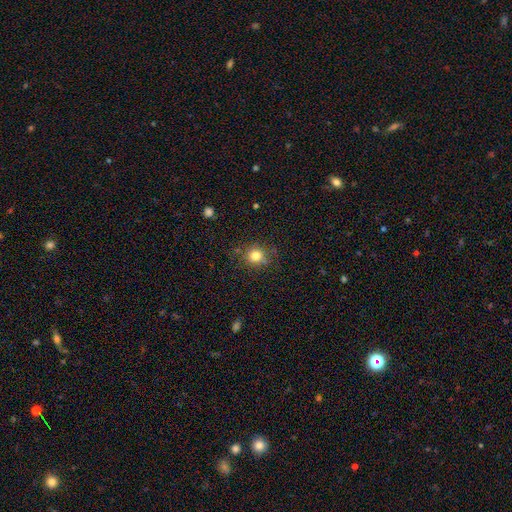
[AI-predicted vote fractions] This appears to be a smooth galaxy with no disk features (80%) that is round (87%). Merging: none (81%).